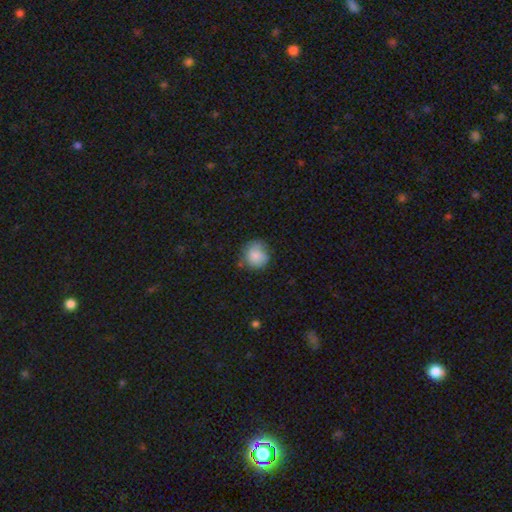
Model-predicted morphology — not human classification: This appears to be a smooth galaxy with no disk features (83%) that is round (87%). Merging: none (68%).